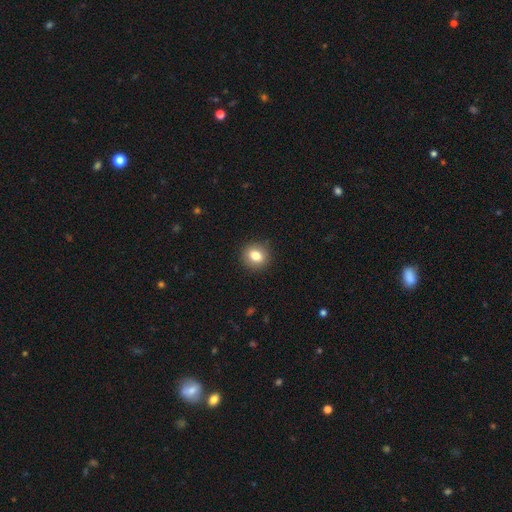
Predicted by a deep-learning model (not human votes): Morphology: type=smooth (82%); roundness=round (78%); merging=none (90%).